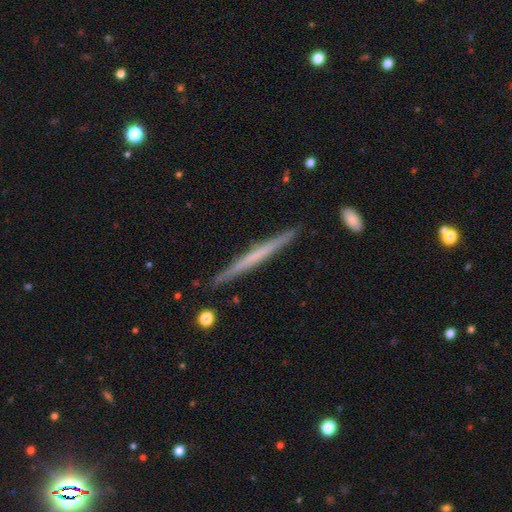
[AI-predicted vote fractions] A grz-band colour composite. It shows a featured or disk galaxy (54%) viewed edge-on (98%) with no central bulge (87%). Merging: none (91%).